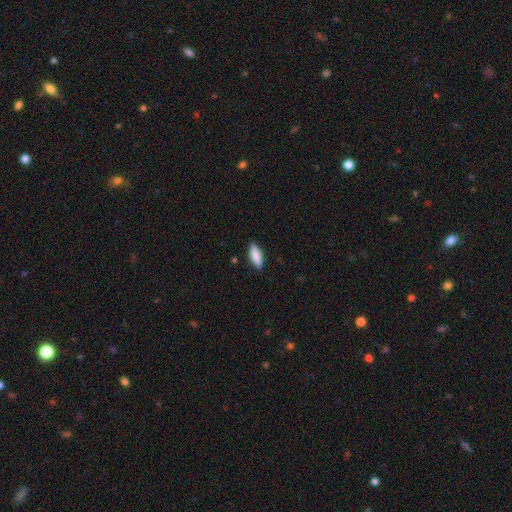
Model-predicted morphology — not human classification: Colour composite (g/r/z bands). It shows a smooth galaxy with no disk features (85%) that is in between round and cigar-shaped (63%). Merging: none (87%).